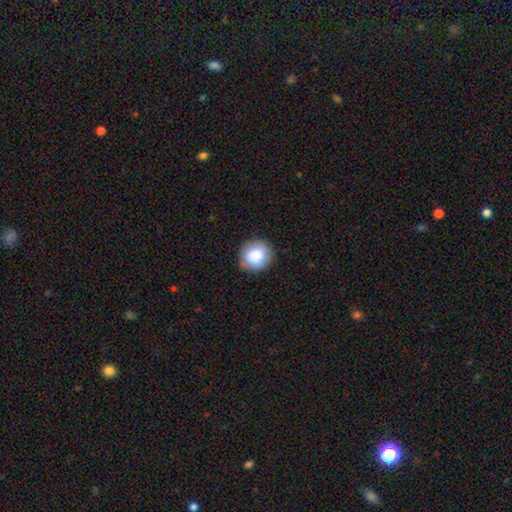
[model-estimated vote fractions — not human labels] smooth 85%, star or artifact 8%, featured or disk 7%. Down the decision tree: how rounded — round (90%); merging — none (86%).